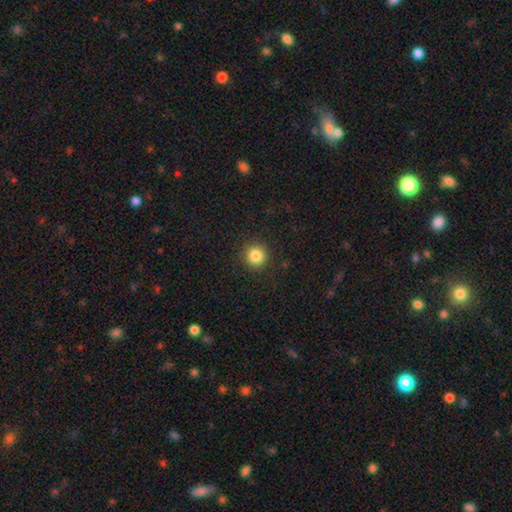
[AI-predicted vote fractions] Smooth or featured: smooth — 84% (star or artifact — 11%)
How rounded: round — 94% (in between — 5%)
Merging: none — 92% (minor disturbance — 5%)